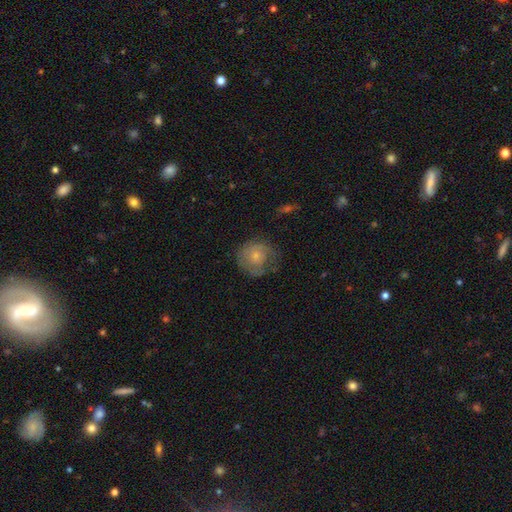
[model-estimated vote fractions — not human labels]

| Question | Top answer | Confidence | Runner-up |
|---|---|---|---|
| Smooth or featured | smooth | 55% | featured or disk (37%) |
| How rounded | round | 85% | in between (14%) |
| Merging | none | 55% | minor disturbance (26%) |